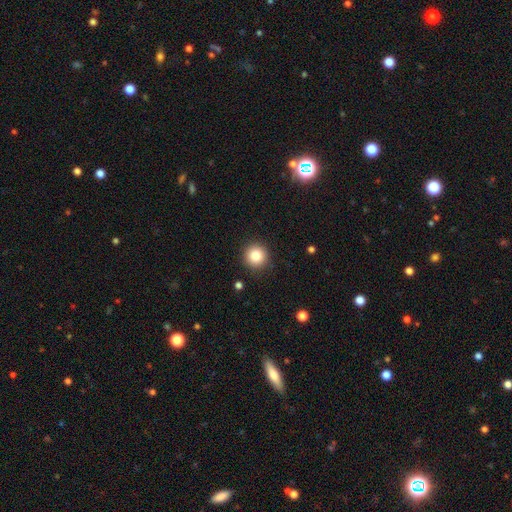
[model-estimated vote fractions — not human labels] smooth 84%, star or artifact 10%, featured or disk 6%. Down the decision tree: how rounded — round (95%); merging — none (91%).